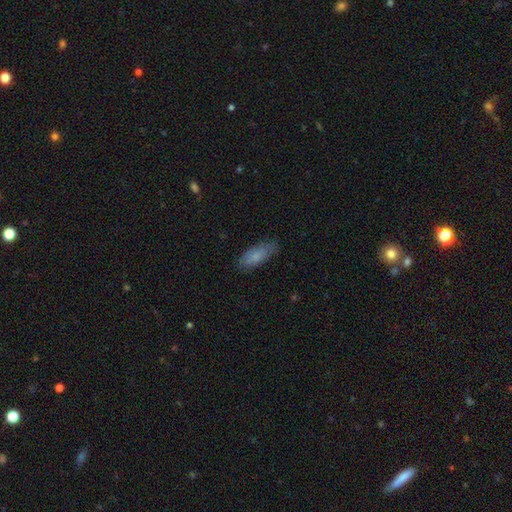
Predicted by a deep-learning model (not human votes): Q: Smooth or featured?
A: smooth (80%); runner-up: featured or disk (14%)
Q: How rounded?
A: in between (74%); runner-up: cigar-shaped (24%)
Q: Merging?
A: none (75%); runner-up: minor disturbance (19%)